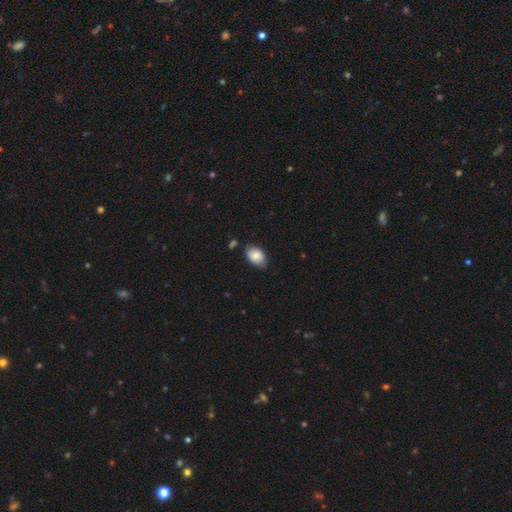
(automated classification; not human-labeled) Morphology: type=smooth (84%); roundness=in between (82%); merging=none (73%).